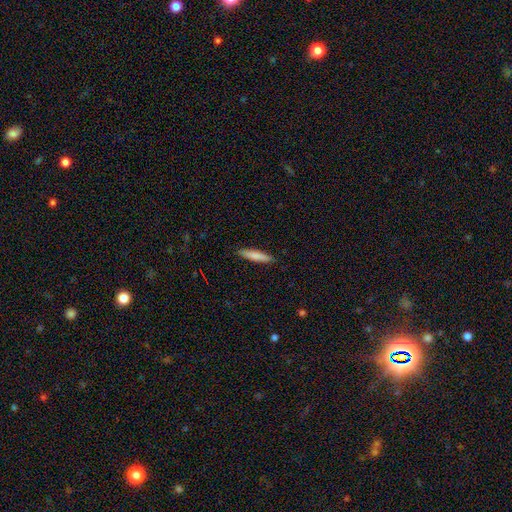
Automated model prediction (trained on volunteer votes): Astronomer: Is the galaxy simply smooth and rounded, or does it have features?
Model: smooth — 80%.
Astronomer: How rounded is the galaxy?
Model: cigar-shaped — 87%.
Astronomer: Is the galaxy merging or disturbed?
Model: none — 90%.